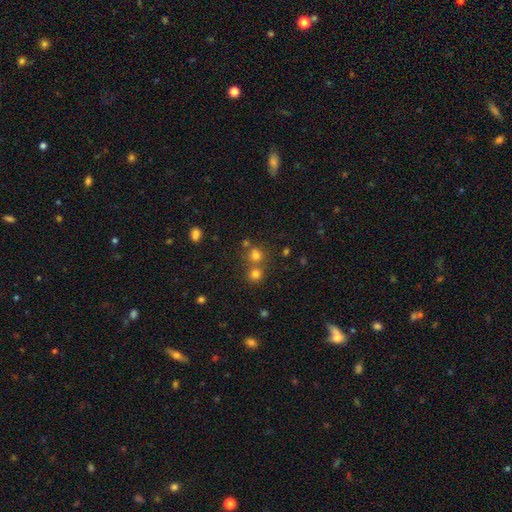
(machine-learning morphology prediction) Smooth or featured: smooth — 69% (star or artifact — 22%)
How rounded: round — 88% (in between — 11%)
Merging: none — 57% (merger — 34%)